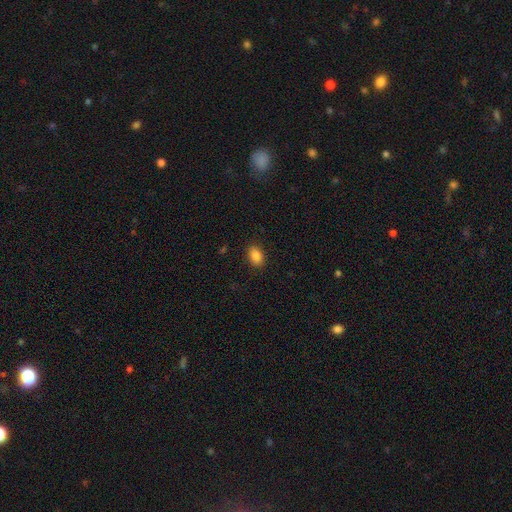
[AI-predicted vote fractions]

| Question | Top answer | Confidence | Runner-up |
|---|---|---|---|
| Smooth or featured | smooth | 86% | star or artifact (9%) |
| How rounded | in between | 85% | round (13%) |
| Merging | none | 89% | minor disturbance (8%) |